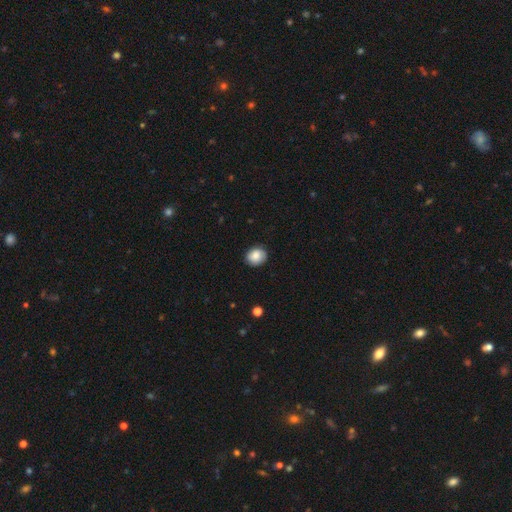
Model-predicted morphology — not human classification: A smooth galaxy with no disk features (85%) that is round (72%). Merging: none (86%).